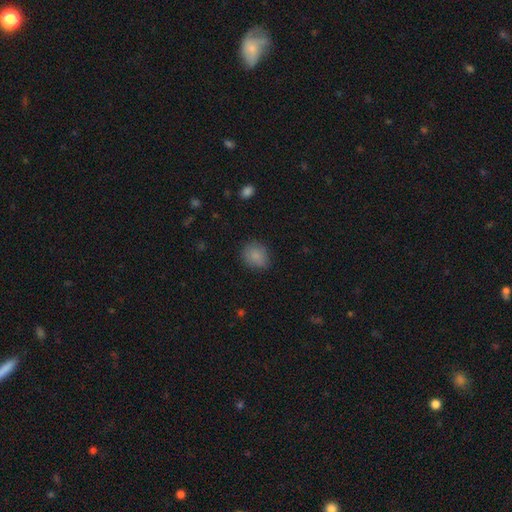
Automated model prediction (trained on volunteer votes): smooth 85%, star or artifact 9%, featured or disk 6%. Down the decision tree: how rounded — round (66%); merging — none (77%).